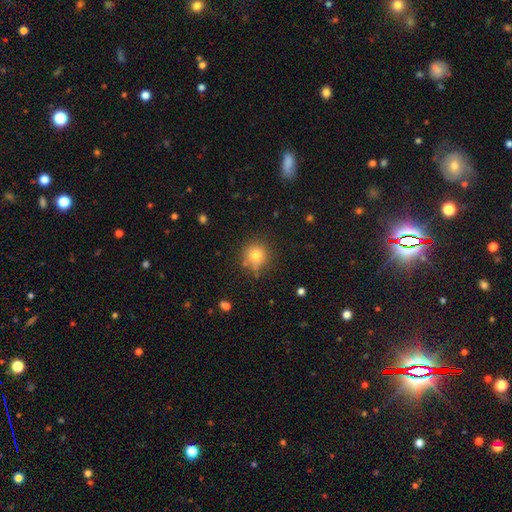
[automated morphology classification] A smooth galaxy with no disk features (78%) that is round (92%).

Vote fractions:
- Smooth or featured? smooth: 78% / star or artifact: 13% / featured or disk: 9%
- How rounded? round: 92% / in between: 7% / cigar-shaped: 1%
- Merging? none: 79% / minor disturbance: 13% / merger: 5% / major disturbance: 4%